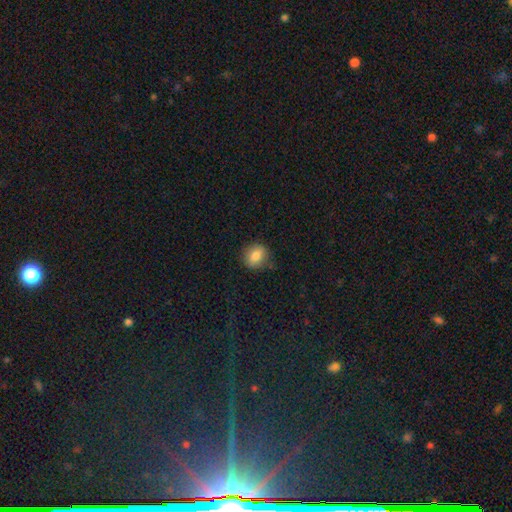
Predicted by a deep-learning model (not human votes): Smooth or featured? smooth (81%)
How rounded? round (70%)
Merging? none (80%)